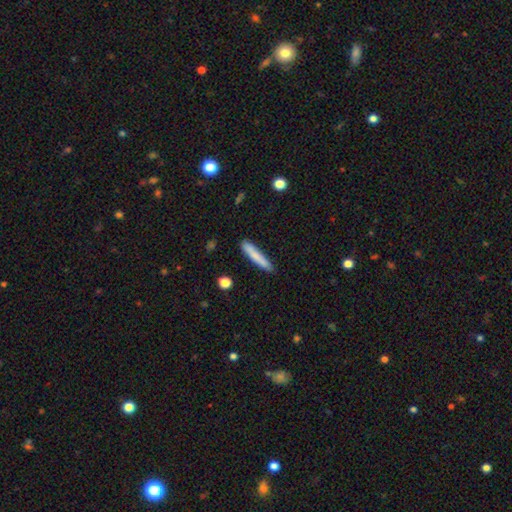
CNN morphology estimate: A smooth galaxy with no disk features (79%) that is cigar-shaped (93%).

Vote fractions:
- Smooth or featured? smooth: 79% / featured or disk: 15% / star or artifact: 6%
- How rounded? cigar-shaped: 93% / in between: 6% / round: 1%
- Merging? none: 85% / minor disturbance: 11% / major disturbance: 2% / merger: 2%